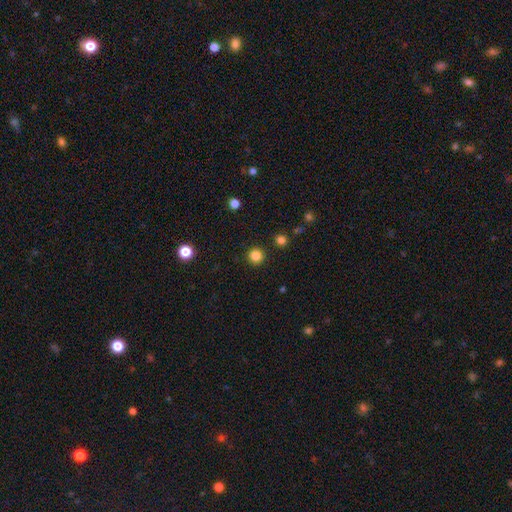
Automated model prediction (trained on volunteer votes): A smooth galaxy with no disk features (84%) that is round (95%). Merging: none (92%).